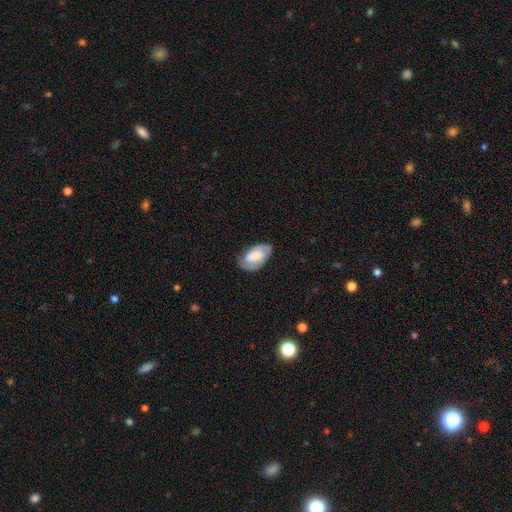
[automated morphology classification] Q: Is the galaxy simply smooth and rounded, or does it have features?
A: featured or disk — 54%.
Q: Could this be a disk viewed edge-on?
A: no — 94%.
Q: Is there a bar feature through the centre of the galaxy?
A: weak — 41%.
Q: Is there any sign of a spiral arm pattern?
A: yes — 80%.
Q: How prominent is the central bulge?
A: moderate — 44%.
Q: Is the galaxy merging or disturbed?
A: none — 72%.